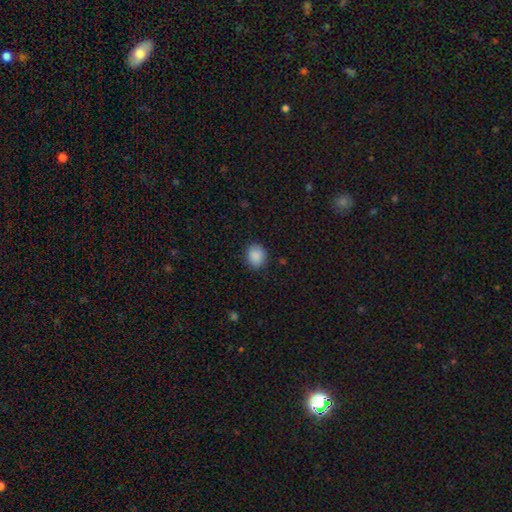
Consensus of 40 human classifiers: This is clearly a smooth galaxy (90%). How rounded: possibly round (53%). Merging: likely none (78%).